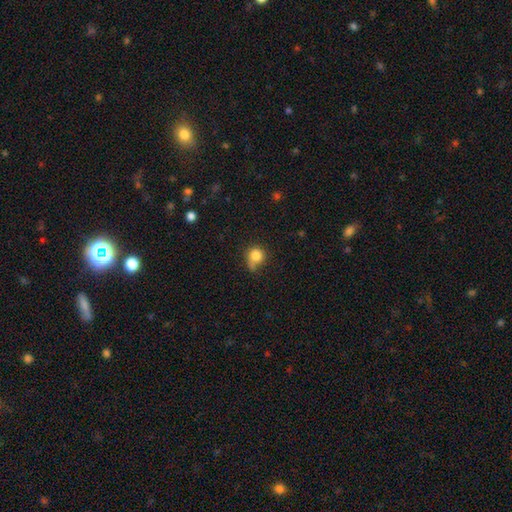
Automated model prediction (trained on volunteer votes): smooth-or-featured: smooth: 81% | star or artifact: 10% | featured or disk: 8%
  how-rounded: round: 84% | in between: 15% | cigar-shaped: 1%
  merging: none: 50% | minor disturbance: 28% | major disturbance: 12% | merger: 10%